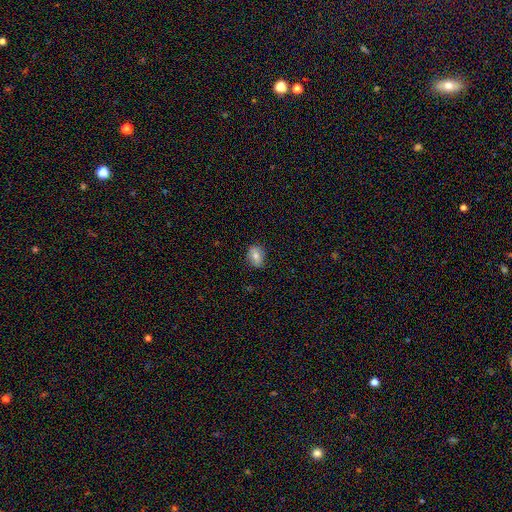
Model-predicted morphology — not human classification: type=smooth (72%); roundness=in between (60%); merging=none (85%).